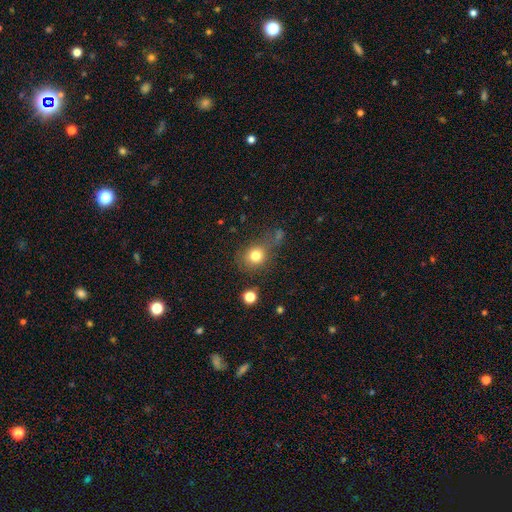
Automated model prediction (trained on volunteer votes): The model was most divided on "merging": none: 63%, minor disturbance: 19%, major disturbance: 10%, merger: 9%. More confident: smooth or featured — smooth (79%); how rounded — round (76%).